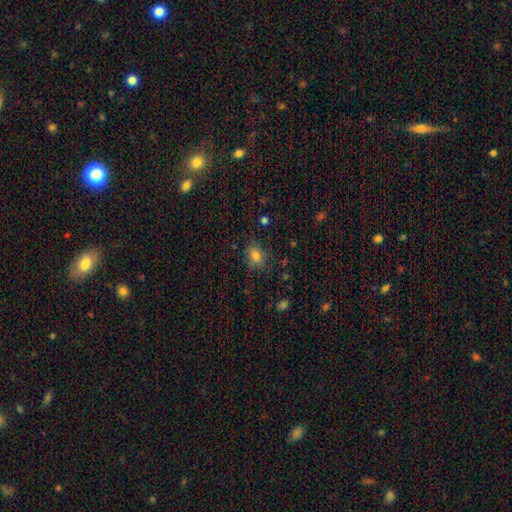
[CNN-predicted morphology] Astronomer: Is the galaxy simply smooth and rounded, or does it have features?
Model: smooth — 78%.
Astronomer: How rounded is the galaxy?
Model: in between — 52% (runner-up: round, 46%).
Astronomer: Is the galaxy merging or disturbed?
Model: none — 80%.